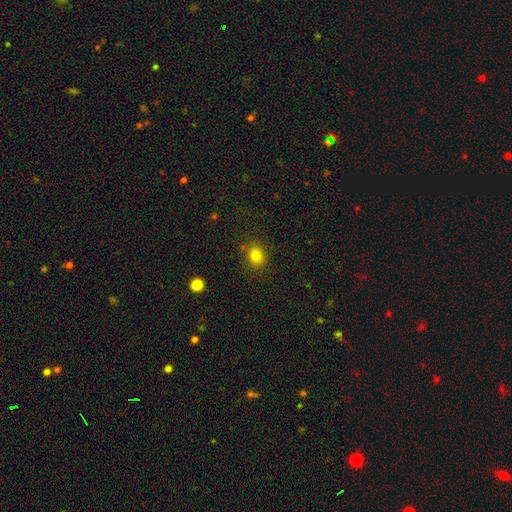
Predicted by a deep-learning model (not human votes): This appears to be a smooth galaxy with no disk features (81%) that is round (75%). Merging: none (84%).